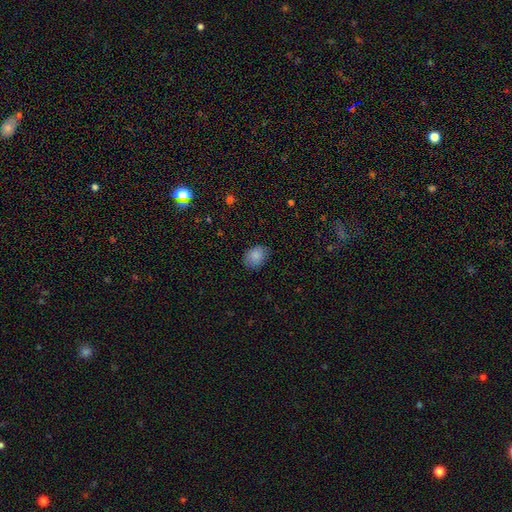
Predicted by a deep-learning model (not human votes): Overall: smooth (87%). How rounded: in between (64%; round 35%). Merging: none (77%).